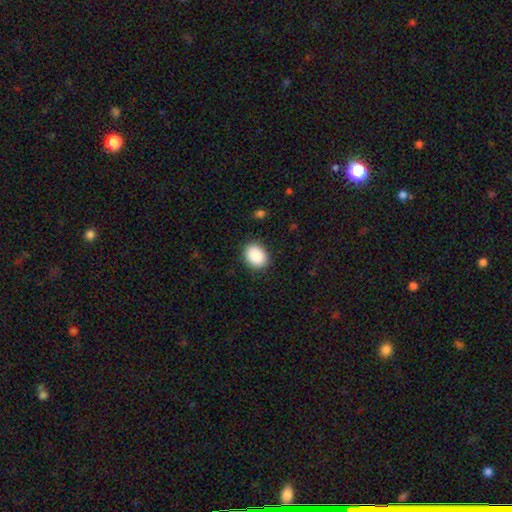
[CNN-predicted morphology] A smooth galaxy with no disk features (90%) that is in between round and cigar-shaped (60%). Merging: none (88%).